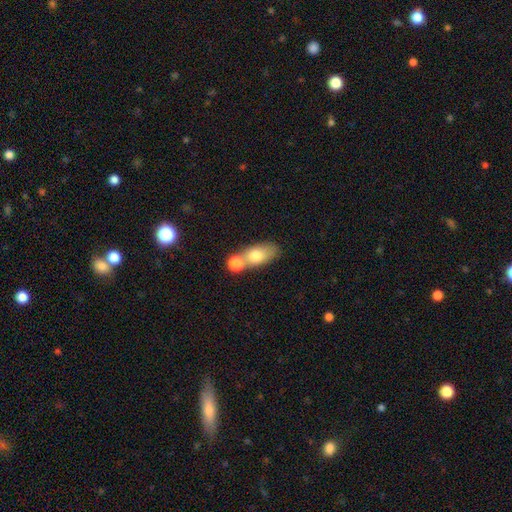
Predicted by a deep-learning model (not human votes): This is likely a smooth galaxy (72%). How rounded: likely in between (76%). Merging: marginally merger (42%).